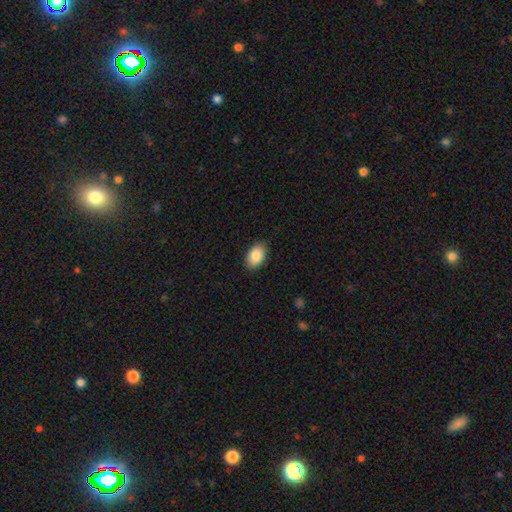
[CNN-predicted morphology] smooth_or_featured: smooth (p=0.87) [alt: star or artifact p=0.07]
how_rounded: in between (p=0.92) [alt: round p=0.07]
merging: none (p=0.87) [alt: minor disturbance p=0.10]